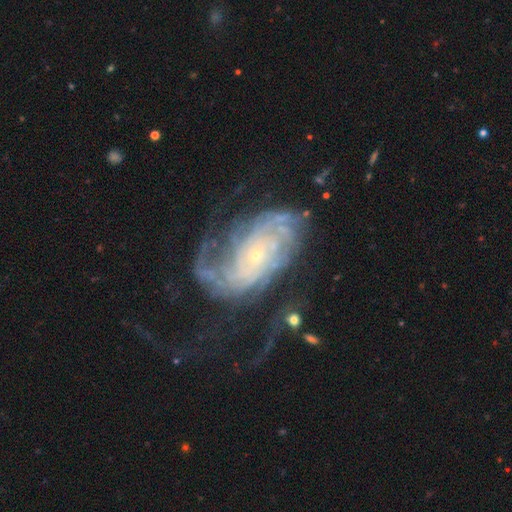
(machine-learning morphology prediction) smooth-or-featured: featured or disk: 86% | smooth: 7% | star or artifact: 7%
  disk-edge-on: no: 96% | yes: 4%
    bar: no: 77% | weak: 17% | strong: 6%
    has-spiral-arms: yes: 94% | no: 6%
      spiral-winding: tight: 57% | medium: 29% | loose: 14%
      spiral-arm-count: can't tell: 36% | 2: 24% | 3: 13% | 4: 11% | more than 4: 9% | 1: 7%
    bulge-size: small: 81% | moderate: 15% | none: 2% | large: 2% | dominant: 1%
  merging: none: 44% | major disturbance: 34% | minor disturbance: 18% | merger: 4%